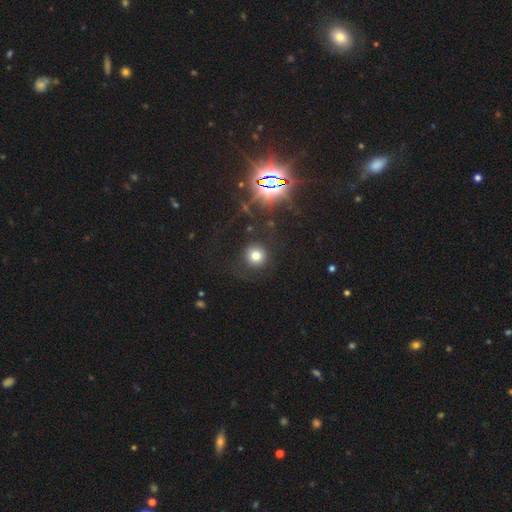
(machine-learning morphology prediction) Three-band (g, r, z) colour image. It shows a smooth galaxy with no disk features (71%) that is round (93%). Merging: none (85%).